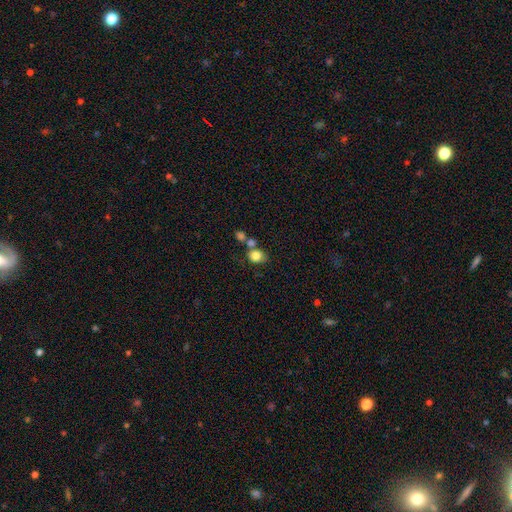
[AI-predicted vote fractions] A smooth galaxy with no disk features (82%) that is round (62%). Merging: none (51%).